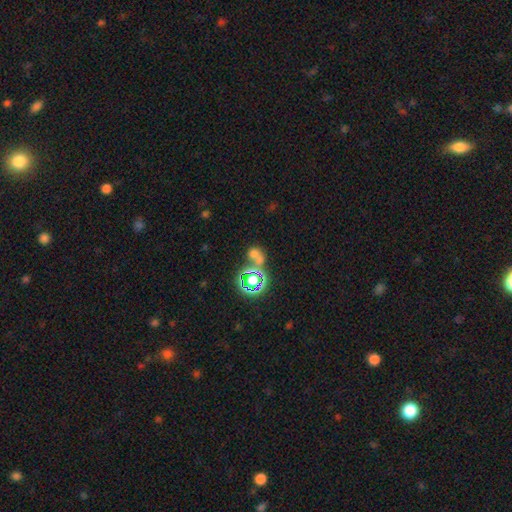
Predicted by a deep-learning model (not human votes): smooth_or_featured: smooth (p=0.51) [alt: star or artifact p=0.37]
how_rounded: round (p=0.59) [alt: in between p=0.39]
merging: merger (p=0.47) [alt: none p=0.35]